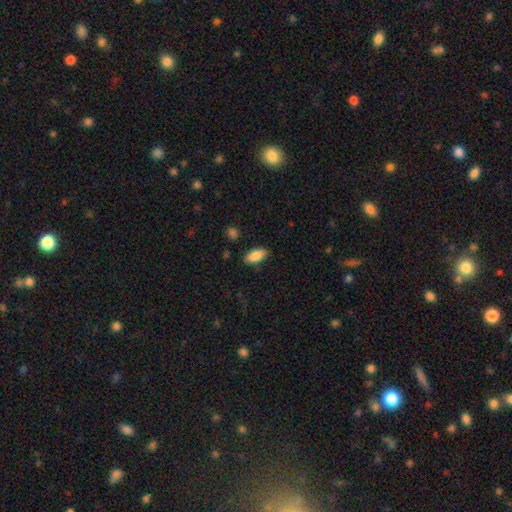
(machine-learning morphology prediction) Smooth or featured? smooth (86%)
How rounded? in between (87%)
Merging? none (86%)